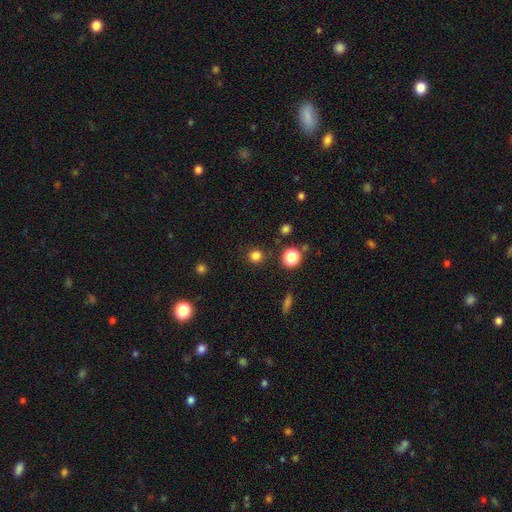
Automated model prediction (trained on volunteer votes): Smooth or featured? smooth (80%)
How rounded? round (92%)
Merging? none (88%)